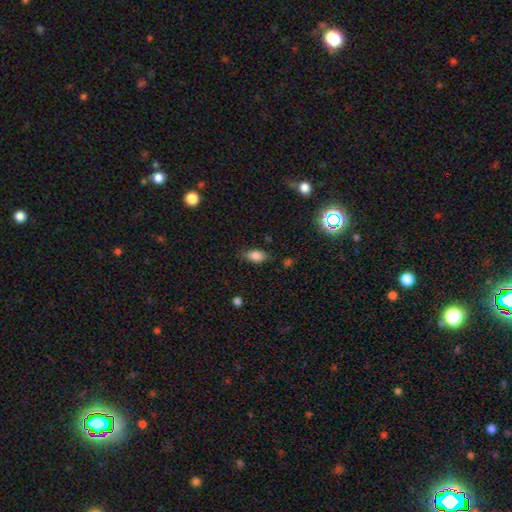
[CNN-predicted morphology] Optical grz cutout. It shows a smooth galaxy with no disk features (83%) that is in between round and cigar-shaped (88%). Merging: none (76%).